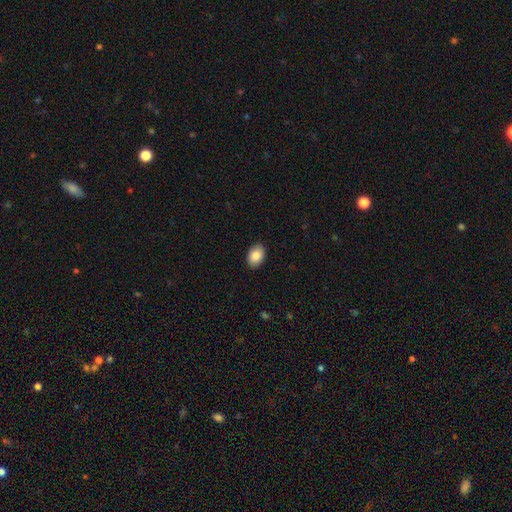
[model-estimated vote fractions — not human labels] The model was most divided on "how rounded": in between: 85%, round: 14%, cigar-shaped: 1%. More confident: merging — none (90%); smooth or featured — smooth (88%).